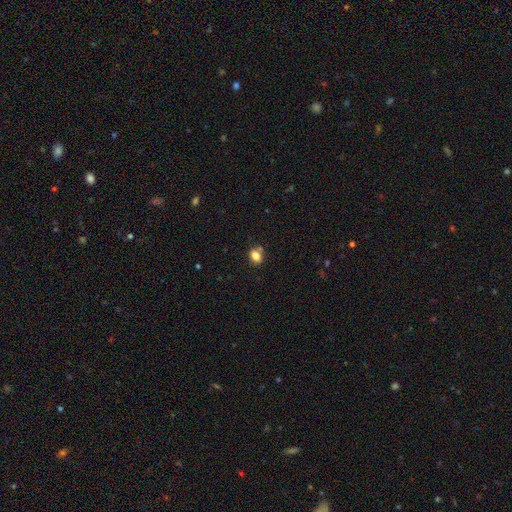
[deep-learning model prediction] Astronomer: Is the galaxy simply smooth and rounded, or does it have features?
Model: smooth — 82%.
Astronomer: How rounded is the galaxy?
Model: in between — 63%.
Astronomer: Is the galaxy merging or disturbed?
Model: none — 67%.